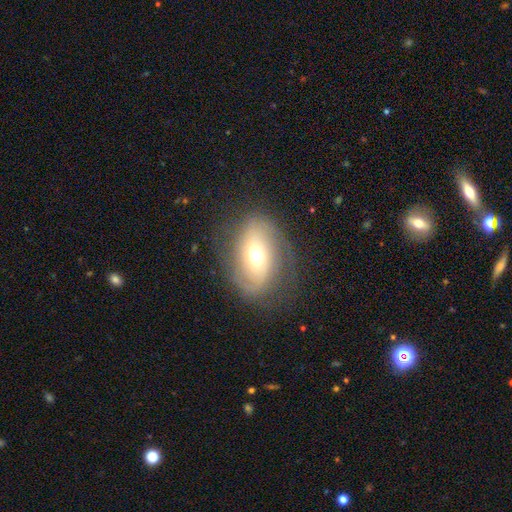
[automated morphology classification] Smooth or featured: featured or disk — 57% (smooth — 34%)
Edge-on disk: no — 94% (yes — 6%)
Bar: no — 61% (weak — 27%)
Spiral arms: yes — 73% (no — 27%)
Bulge size: moderate — 68% (small — 16%)
Merging: none — 69% (minor disturbance — 19%)